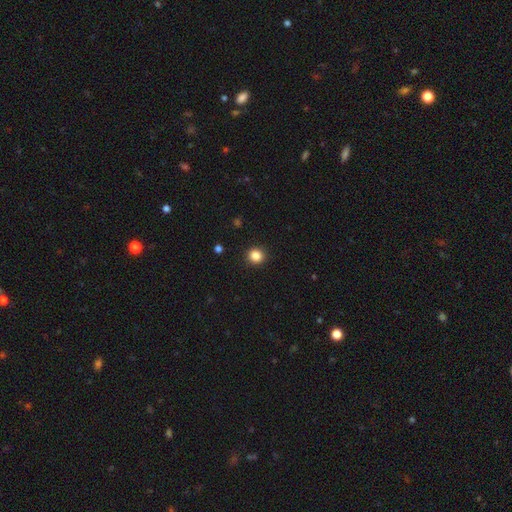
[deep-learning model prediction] smooth 85%, star or artifact 11%, featured or disk 4%. Down the decision tree: how rounded — round (89%); merging — none (92%).